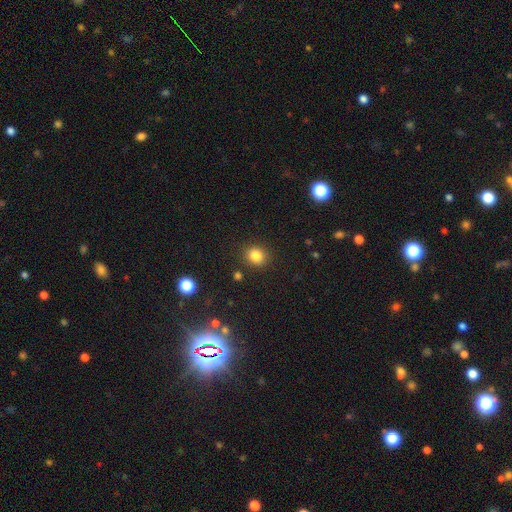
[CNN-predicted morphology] smooth_or_featured: smooth (p=0.84) [alt: star or artifact p=0.12]
how_rounded: round (p=0.73) [alt: in between p=0.26]
merging: none (p=0.87) [alt: minor disturbance p=0.08]